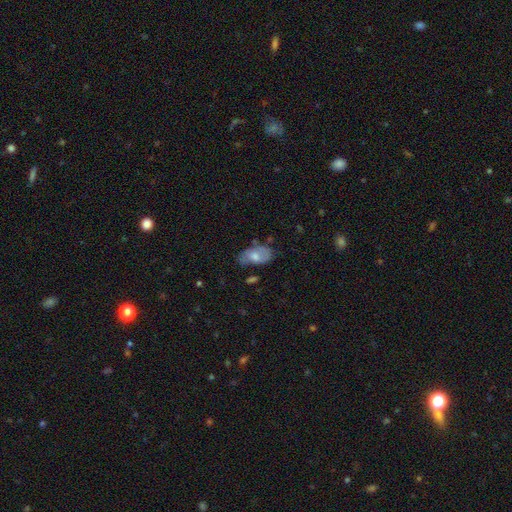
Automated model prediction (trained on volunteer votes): Morphology: type=smooth (62%); roundness=in between (92%); merging=none (53%).